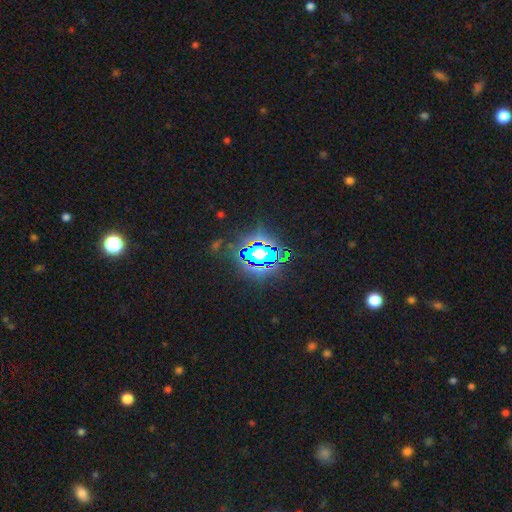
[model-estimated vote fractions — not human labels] Smooth or featured?
  - star or artifact: 83% *
  - smooth: 11%
  - featured or disk: 7%